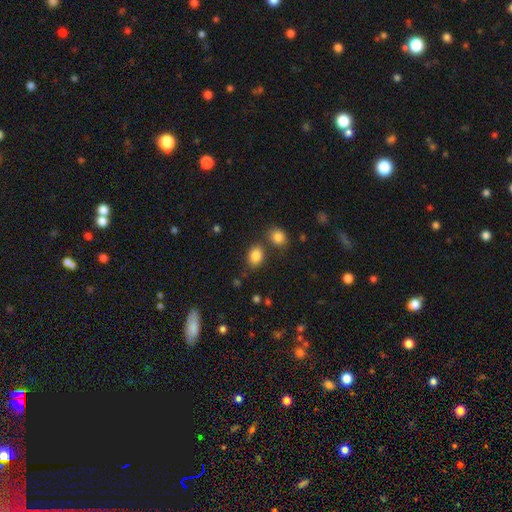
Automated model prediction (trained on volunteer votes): Q: Smooth or featured?
A: smooth (85%); runner-up: star or artifact (10%)
Q: How rounded?
A: in between (68%); runner-up: round (31%)
Q: Merging?
A: none (73%); runner-up: merger (13%)